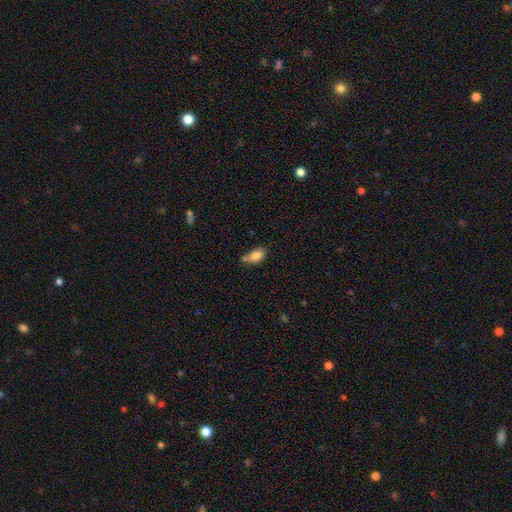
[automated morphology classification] Overall: smooth (84%). How rounded: in between (89%). Merging: none (49%; minor disturbance 25%).